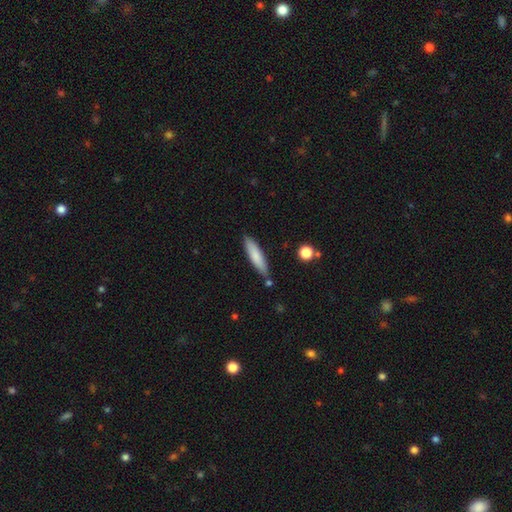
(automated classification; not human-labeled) A smooth galaxy with no disk features (77%) that is cigar-shaped (80%). Merging: none (81%).